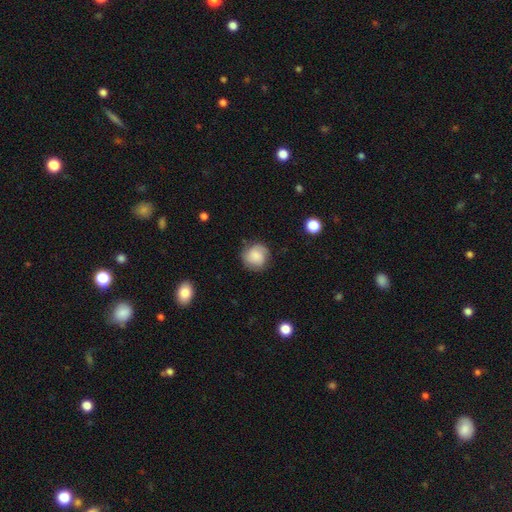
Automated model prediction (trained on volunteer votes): The model was most divided on "smooth or featured": smooth: 72%, featured or disk: 19%, star or artifact: 9%. More confident: how rounded — round (87%); merging — none (76%).